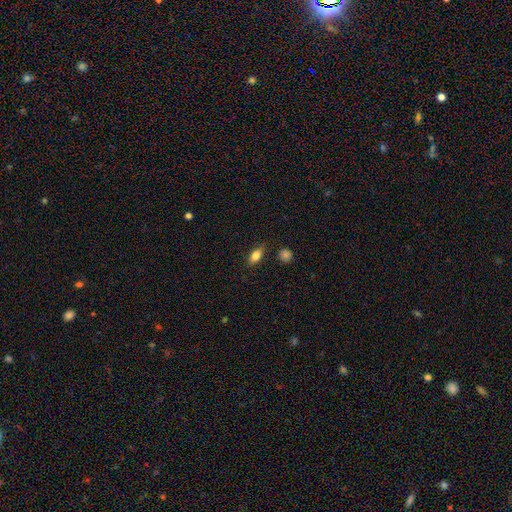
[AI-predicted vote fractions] A smooth galaxy with no disk features (81%) that is in between round and cigar-shaped (84%). Merging: none (80%).